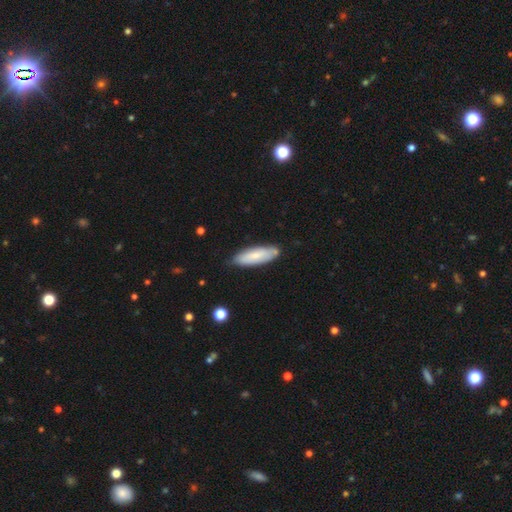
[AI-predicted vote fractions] A smooth galaxy with no disk features (70%) that is in between round and cigar-shaped (54%). Merging: none (76%).